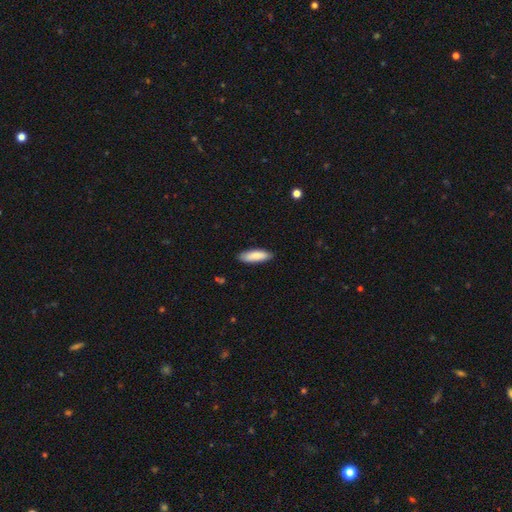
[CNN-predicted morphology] Overall: smooth (87%). How rounded: in between (52%; cigar-shaped 46%). Merging: none (87%).